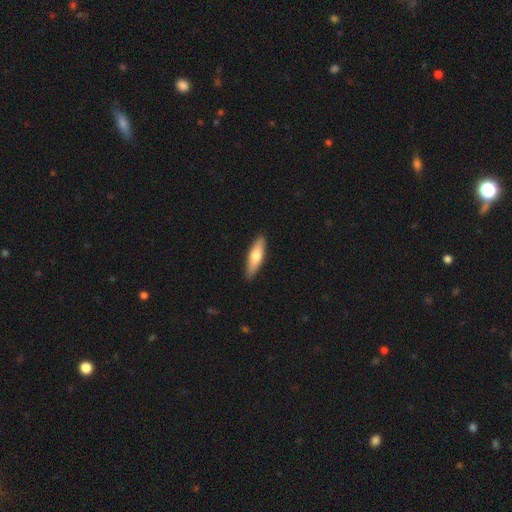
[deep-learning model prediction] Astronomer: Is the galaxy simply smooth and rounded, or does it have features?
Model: smooth — 66%.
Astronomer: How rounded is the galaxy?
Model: cigar-shaped — 61% (runner-up: in between, 37%).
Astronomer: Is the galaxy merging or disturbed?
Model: none — 89%.